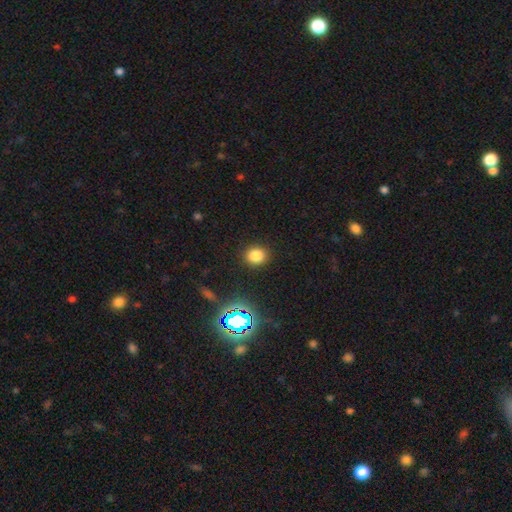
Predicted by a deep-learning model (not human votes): A smooth galaxy with no disk features (77%) that is round (73%). Merging: none (88%).